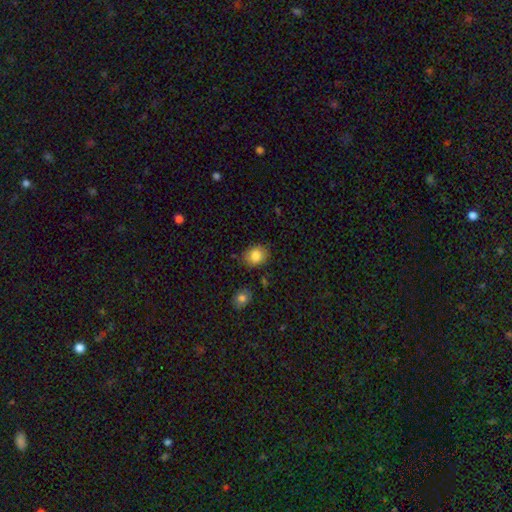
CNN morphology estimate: This appears to be a smooth galaxy with no disk features (83%) that is round (60%). Merging: none (82%).